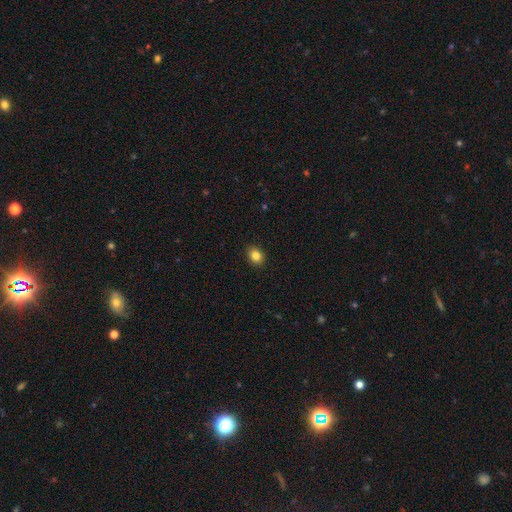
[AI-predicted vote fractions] Q: Smooth or featured?
A: smooth (84%); runner-up: star or artifact (10%)
Q: How rounded?
A: round (51%); runner-up: in between (48%)
Q: Merging?
A: none (90%); runner-up: minor disturbance (7%)